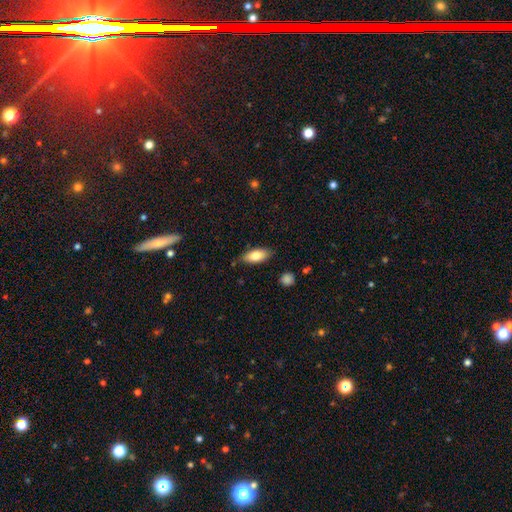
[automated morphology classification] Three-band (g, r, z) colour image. It shows a smooth galaxy with no disk features (78%) that is in between round and cigar-shaped (80%). Merging: none (82%).